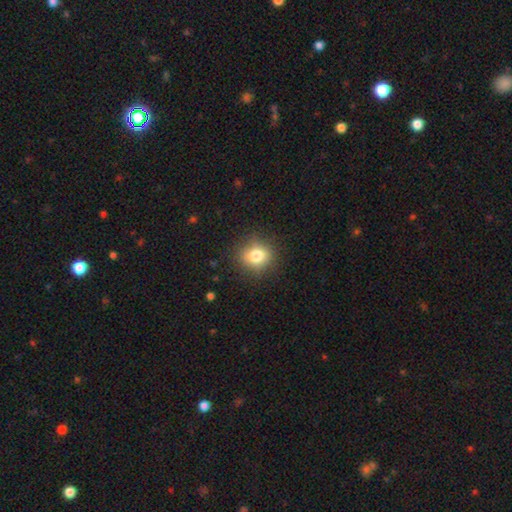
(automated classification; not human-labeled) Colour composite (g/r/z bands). It shows a smooth galaxy with no disk features (80%) that is round (77%). Merging: none (83%).